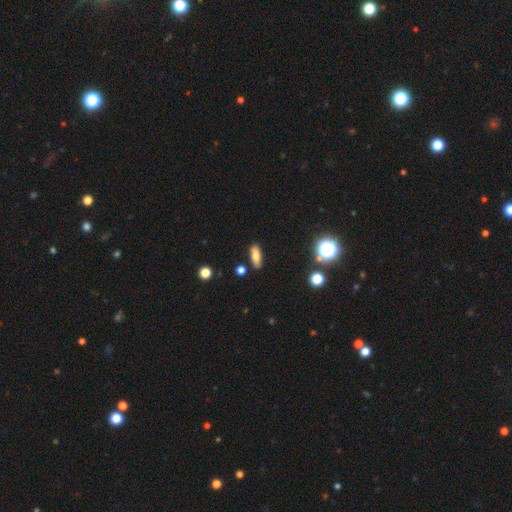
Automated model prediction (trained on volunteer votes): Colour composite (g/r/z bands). It shows a smooth galaxy with no disk features (76%) that is in between round and cigar-shaped (67%). Merging: none (83%).